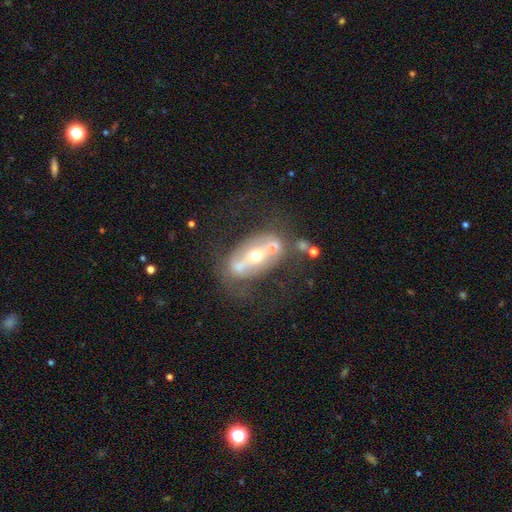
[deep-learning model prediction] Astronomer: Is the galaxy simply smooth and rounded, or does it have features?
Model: featured or disk — 70%.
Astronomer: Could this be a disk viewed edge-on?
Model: no — 89%.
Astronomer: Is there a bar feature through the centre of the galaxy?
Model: no — 54%.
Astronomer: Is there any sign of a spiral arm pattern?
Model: no — 67%.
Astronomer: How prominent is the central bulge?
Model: moderate — 58% (runner-up: small, 35%).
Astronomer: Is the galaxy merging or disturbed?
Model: none — 39% (runner-up: merger, 30%).